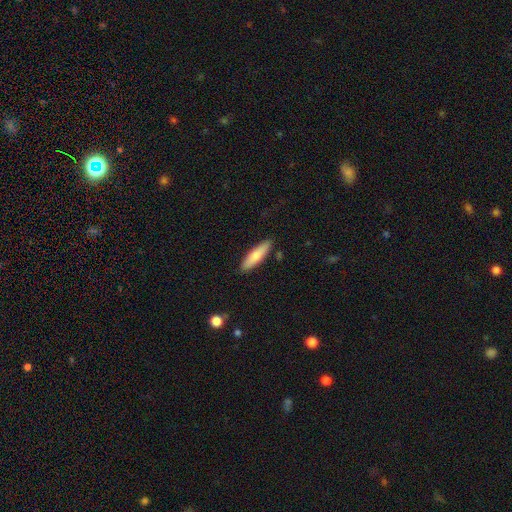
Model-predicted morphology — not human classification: Smooth or featured? smooth (75%)
How rounded? cigar-shaped (66%)
Merging? none (88%)